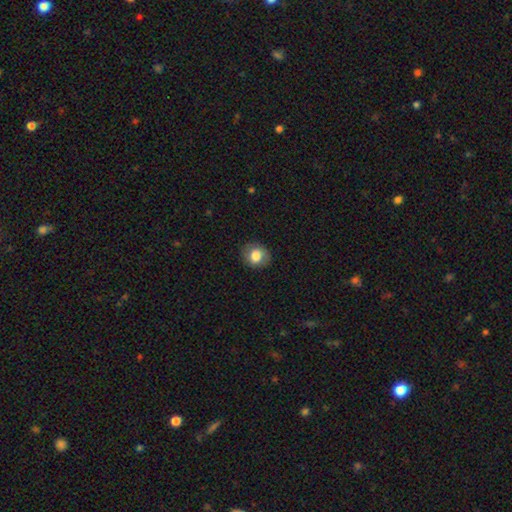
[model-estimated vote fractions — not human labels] smooth-or-featured: smooth: 78% | featured or disk: 13% | star or artifact: 8%
  how-rounded: round: 71% | in between: 28% | cigar-shaped: 1%
  merging: none: 83% | minor disturbance: 13% | major disturbance: 3% | merger: 1%